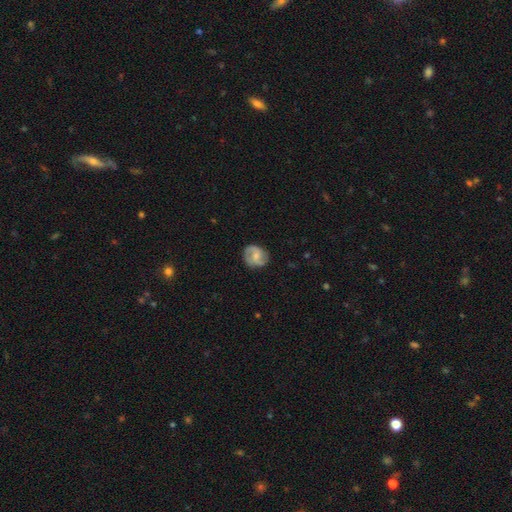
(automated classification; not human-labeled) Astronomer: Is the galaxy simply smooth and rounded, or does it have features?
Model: featured or disk — 60%.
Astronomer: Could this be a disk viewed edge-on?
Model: no — 97%.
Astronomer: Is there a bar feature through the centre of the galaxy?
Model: no — 45% (runner-up: weak, 44%).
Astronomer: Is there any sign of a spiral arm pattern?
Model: yes — 87%.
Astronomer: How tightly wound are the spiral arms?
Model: medium — 47% (runner-up: loose, 27%).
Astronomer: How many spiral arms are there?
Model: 2 — 81%.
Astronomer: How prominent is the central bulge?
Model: small — 48% (runner-up: moderate, 39%).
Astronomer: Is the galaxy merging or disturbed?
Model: none — 78%.